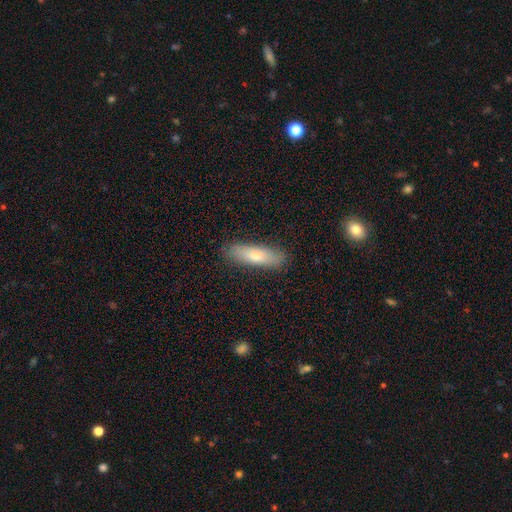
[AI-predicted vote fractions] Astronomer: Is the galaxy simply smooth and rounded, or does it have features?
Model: smooth — 71%.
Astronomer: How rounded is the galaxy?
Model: cigar-shaped — 59% (runner-up: in between, 39%).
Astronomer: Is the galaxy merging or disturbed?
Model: none — 87%.